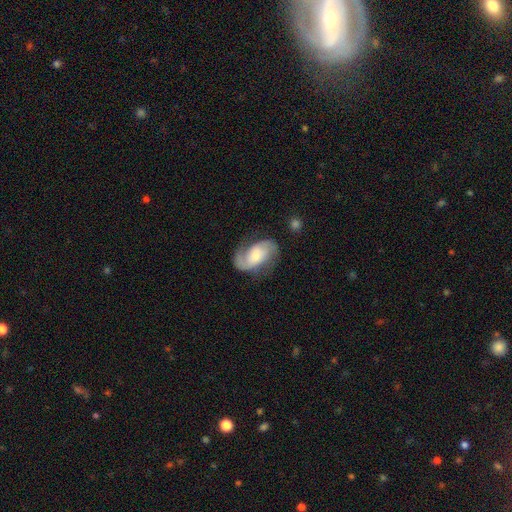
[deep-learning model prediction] Smooth or featured? Predicted: featured or disk (p=0.79). Edge-on disk? Predicted: no (p=0.97). Bar? Predicted: no (p=0.56). Spiral arms? Predicted: yes (p=0.95). Spiral winding? Predicted: medium (p=0.47). Spiral arm count? Predicted: 2 (p=0.87). Bulge size? Predicted: moderate (p=0.46). Merging? Predicted: none (p=0.69).